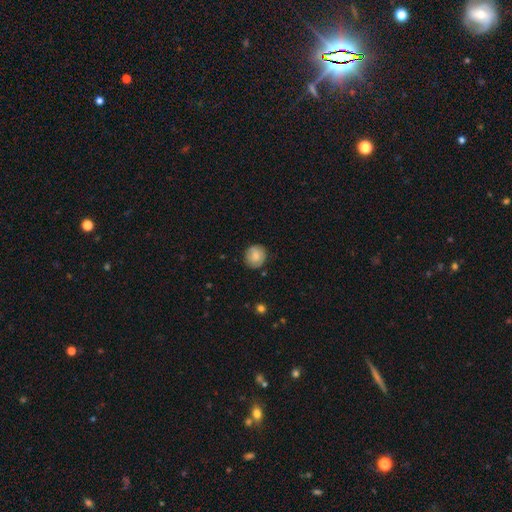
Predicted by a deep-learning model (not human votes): smooth-or-featured: smooth: 78% | featured or disk: 14% | star or artifact: 8%
  how-rounded: round: 87% | in between: 12% | cigar-shaped: 1%
  merging: none: 82% | minor disturbance: 14% | major disturbance: 3% | merger: 1%